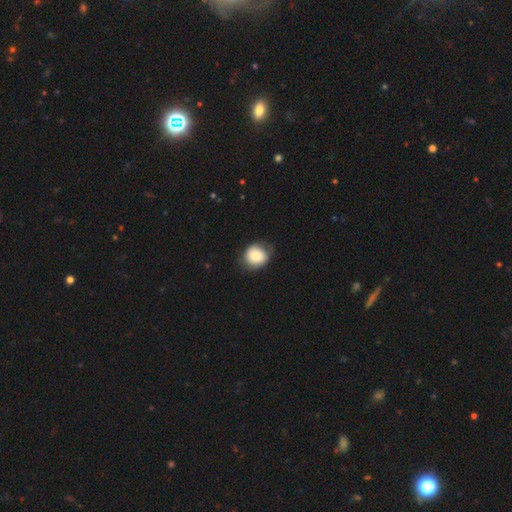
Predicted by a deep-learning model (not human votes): Smooth or featured?
  - smooth: 82% *
  - featured or disk: 10%
  - star or artifact: 8%
How rounded?
  - round: 78% *
  - in between: 21%
  - cigar-shaped: 1%
Merging?
  - none: 73% *
  - minor disturbance: 21%
  - major disturbance: 5%
  - merger: 1%